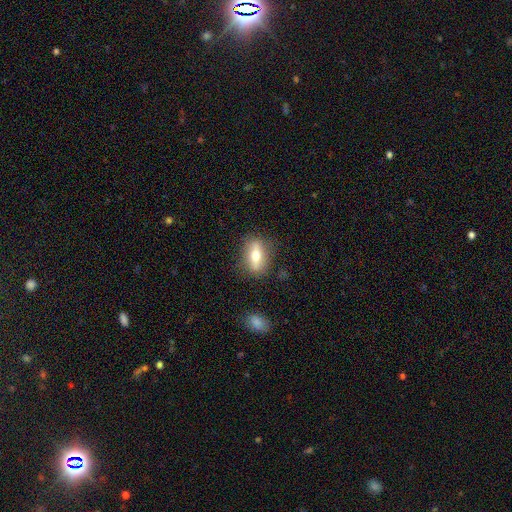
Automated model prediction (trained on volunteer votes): A smooth galaxy with no disk features (52%) that is in between round and cigar-shaped (66%). Merging: none (83%).